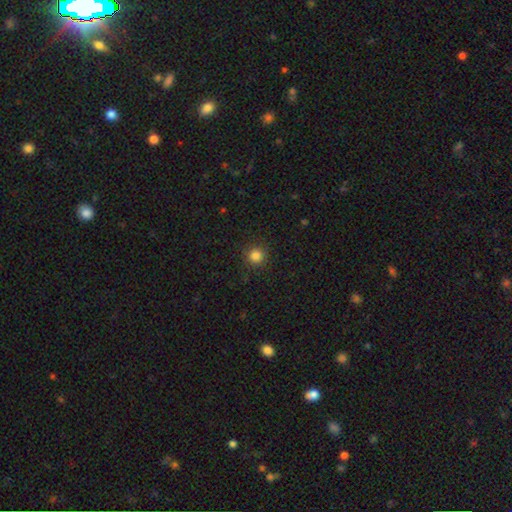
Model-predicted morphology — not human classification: Overall: smooth (84%). How rounded: round (95%). Merging: none (91%).